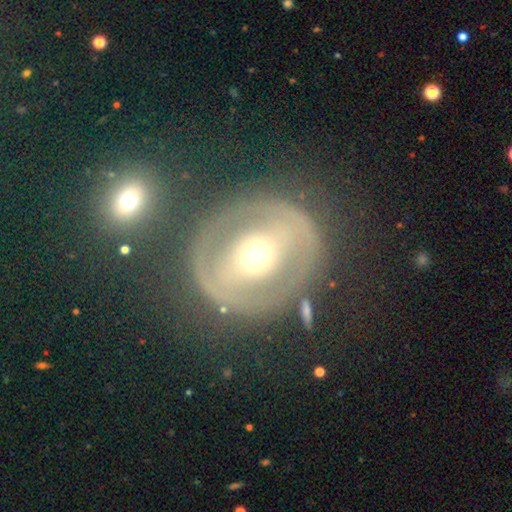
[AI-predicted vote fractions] Q: Smooth or featured?
A: featured or disk (70%); runner-up: smooth (22%)
Q: Edge-on disk?
A: no (95%); runner-up: yes (5%)
Q: Bar?
A: no (37%); runner-up: strong (34%)
Q: Spiral arms?
A: no (59%); runner-up: yes (41%)
Q: Bulge size?
A: moderate (71%); runner-up: small (17%)
Q: Merging?
A: none (72%); runner-up: minor disturbance (13%)